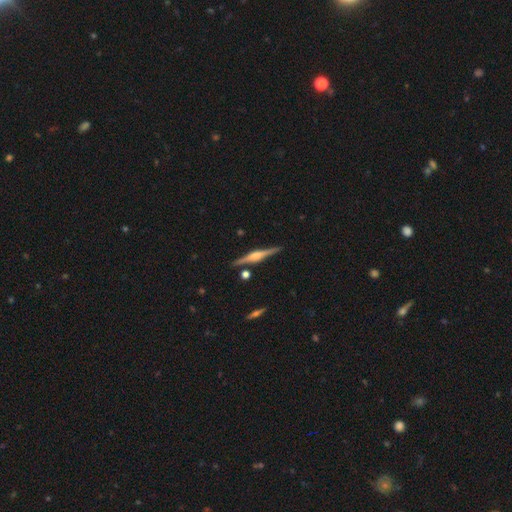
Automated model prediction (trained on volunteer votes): Smooth or featured? Predicted: featured or disk (p=0.82). Edge-on disk? Predicted: yes (p=0.98). Edge-on bulge? Predicted: rounded (p=0.83). Merging? Predicted: none (p=0.89).